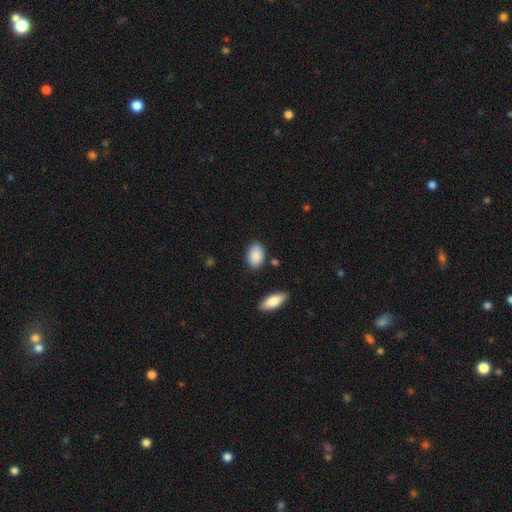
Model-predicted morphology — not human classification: A smooth galaxy with no disk features (89%) that is in between round and cigar-shaped (90%).

Vote fractions:
- Smooth or featured? smooth: 89% / star or artifact: 6% / featured or disk: 4%
- How rounded? in between: 90% / round: 9% / cigar-shaped: 2%
- Merging? none: 83% / minor disturbance: 11% / merger: 3% / major disturbance: 3%